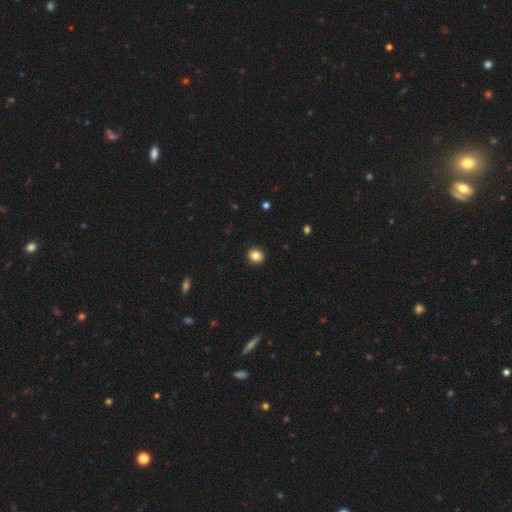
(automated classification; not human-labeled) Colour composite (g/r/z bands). It shows a smooth galaxy with no disk features (84%) that is round (80%). Merging: none (92%).